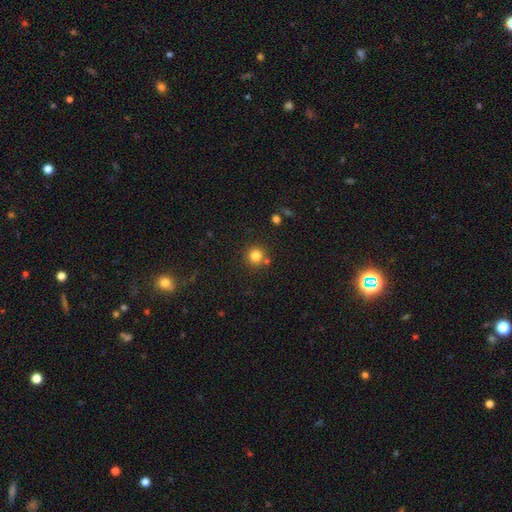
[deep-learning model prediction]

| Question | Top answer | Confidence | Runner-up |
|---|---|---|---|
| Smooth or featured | smooth | 82% | star or artifact (13%) |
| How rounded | round | 94% | in between (5%) |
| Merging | none | 79% | merger (10%) |